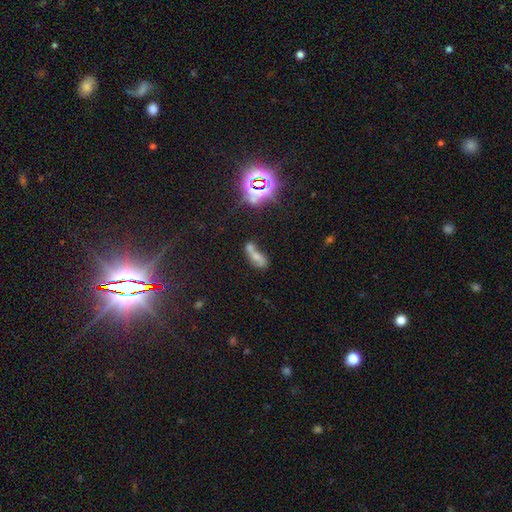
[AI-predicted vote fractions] A smooth galaxy with no disk features (53%) that is in between round and cigar-shaped (66%). Merging: merger (53%).